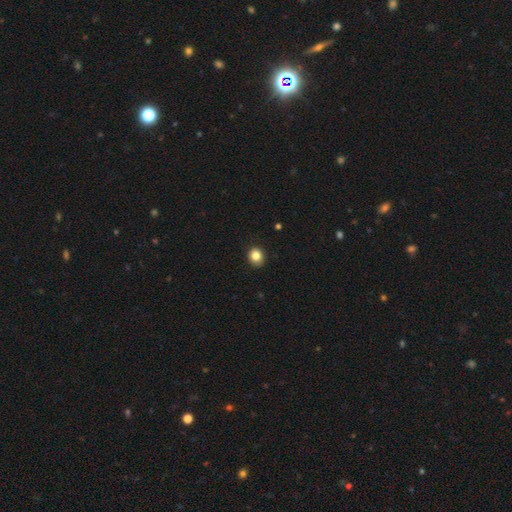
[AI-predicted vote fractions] Smooth or featured? Predicted: smooth (p=0.84). How rounded? Predicted: round (p=0.69). Merging? Predicted: none (p=0.89).